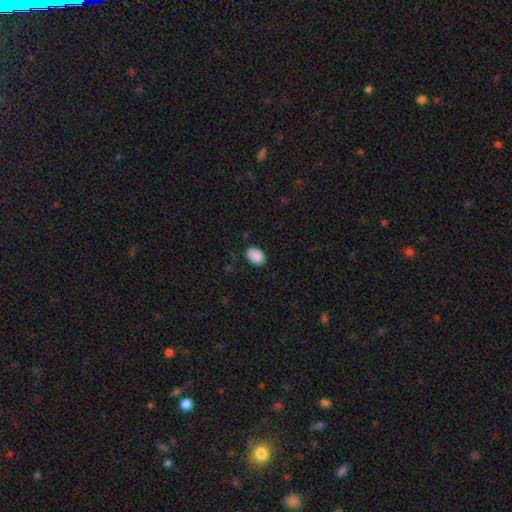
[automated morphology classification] This appears to be a smooth galaxy with no disk features (90%) that is in between round and cigar-shaped (86%). Merging: none (84%).